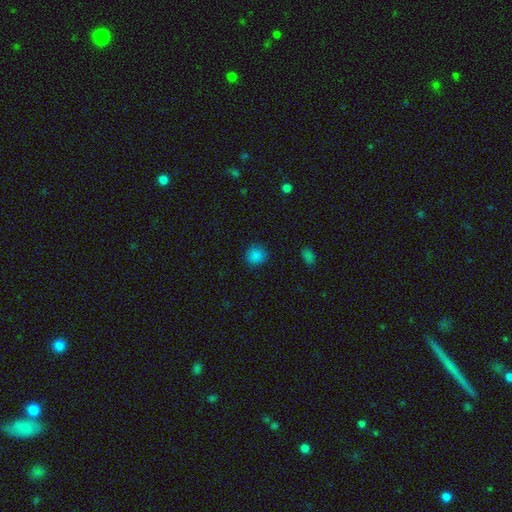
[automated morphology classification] Smooth or featured? smooth (85%)
How rounded? round (88%)
Merging? none (88%)